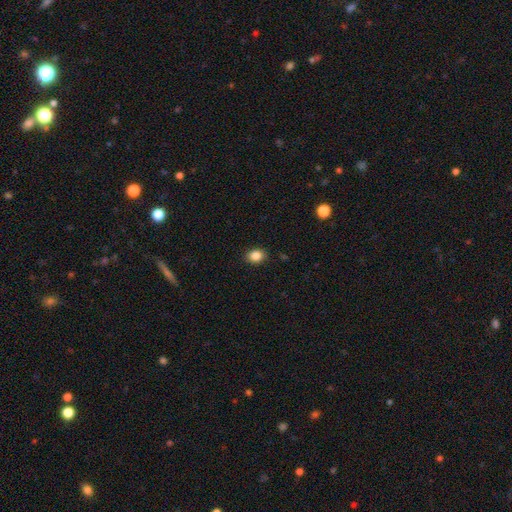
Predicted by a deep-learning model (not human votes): This is clearly a smooth galaxy (86%). How rounded: possibly round (52%). Merging: clearly none (90%).